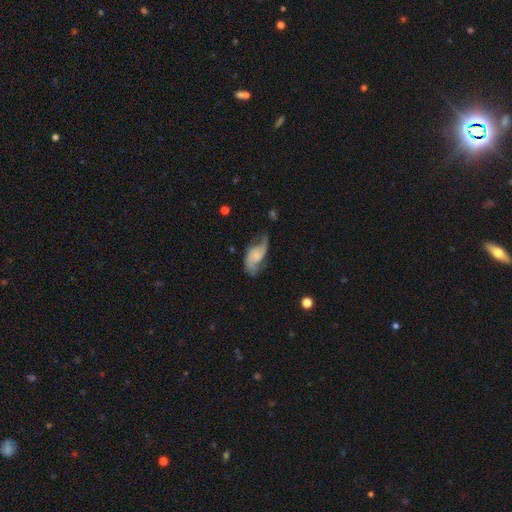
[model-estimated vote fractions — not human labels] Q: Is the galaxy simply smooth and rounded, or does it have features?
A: featured or disk — 67%.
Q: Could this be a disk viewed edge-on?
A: no — 95%.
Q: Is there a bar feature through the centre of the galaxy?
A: no — 66%.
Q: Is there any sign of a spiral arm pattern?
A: yes — 88%.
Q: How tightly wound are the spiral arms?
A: loose — 68%.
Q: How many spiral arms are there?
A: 2 — 85%.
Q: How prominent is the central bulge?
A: small — 54%.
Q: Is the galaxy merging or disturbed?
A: none — 44%.